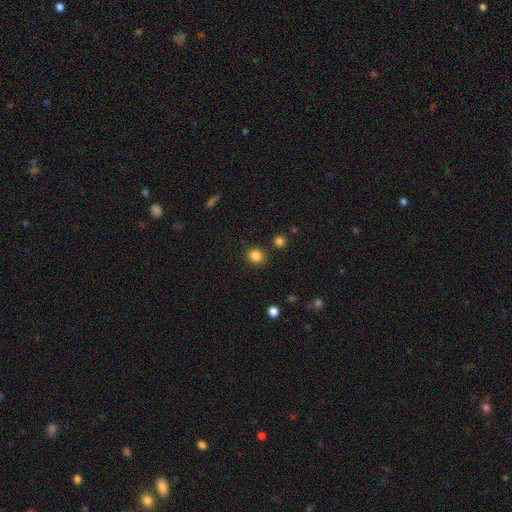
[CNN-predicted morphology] The model was most divided on "smooth or featured": smooth: 84%, star or artifact: 12%, featured or disk: 4%. More confident: merging — none (89%); how rounded — round (87%).